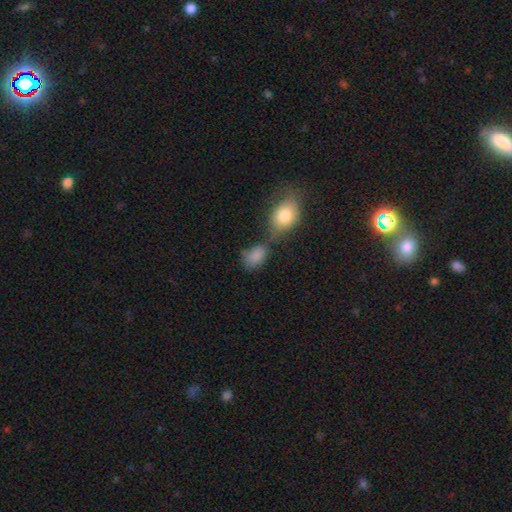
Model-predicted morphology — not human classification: This is clearly a smooth galaxy (82%). How rounded: clearly in between (82%). Merging: marginally none (41%).